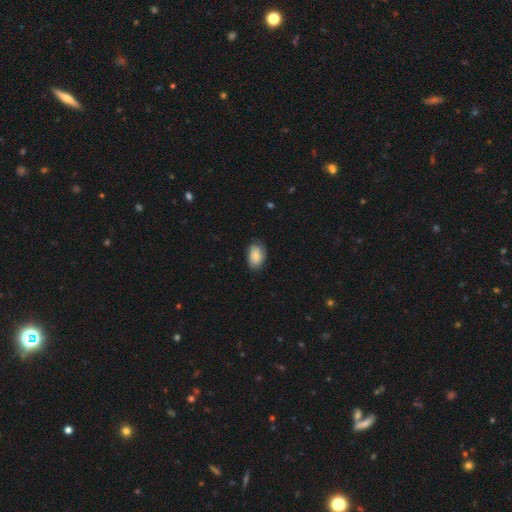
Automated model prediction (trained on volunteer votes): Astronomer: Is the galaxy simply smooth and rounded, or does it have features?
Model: smooth — 79%.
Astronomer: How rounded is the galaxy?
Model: in between — 89%.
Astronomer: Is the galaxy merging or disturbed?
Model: none — 74%.